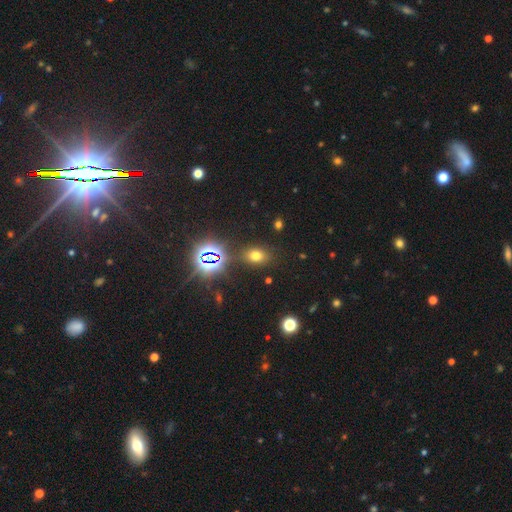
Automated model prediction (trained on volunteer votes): Overall: smooth (61%; star or artifact 30%). How rounded: in between (70%). Merging: none (82%).